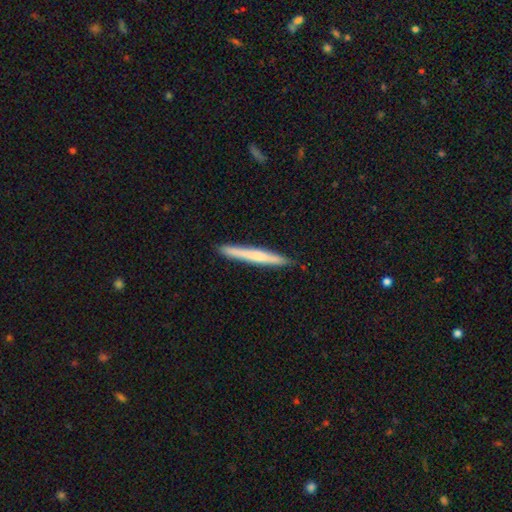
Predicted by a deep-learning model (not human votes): Smooth or featured?
  - smooth: 55% *
  - featured or disk: 40%
  - star or artifact: 5%
How rounded?
  - cigar-shaped: 97% *
  - in between: 2%
  - round: 1%
Merging?
  - none: 91% *
  - minor disturbance: 7%
  - major disturbance: 1%
  - merger: 1%